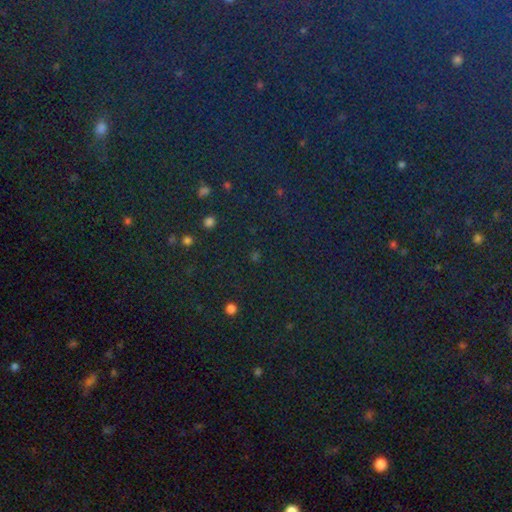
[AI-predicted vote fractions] Smooth or featured? Predicted: star or artifact (p=0.72).